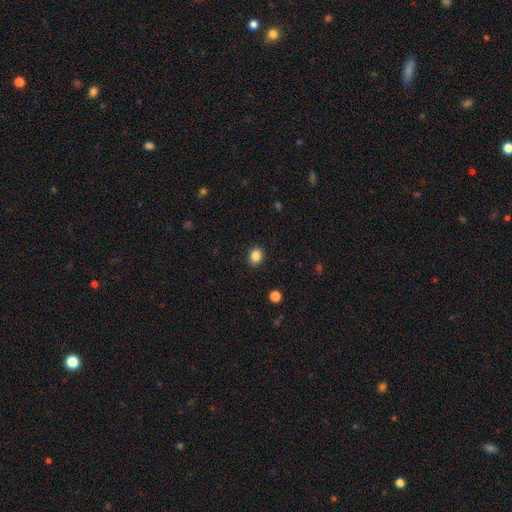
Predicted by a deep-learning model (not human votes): Overall: smooth (86%). How rounded: round (50%; in between 49%). Merging: none (90%).